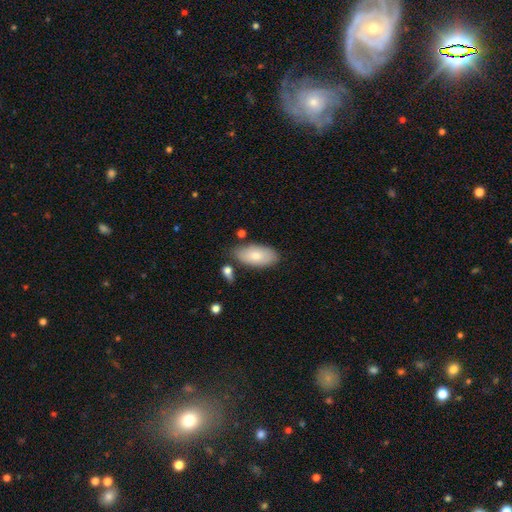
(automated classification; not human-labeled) smooth 77%, featured or disk 17%, star or artifact 6%. Down the decision tree: how rounded — in between (93%); merging — none (74%).